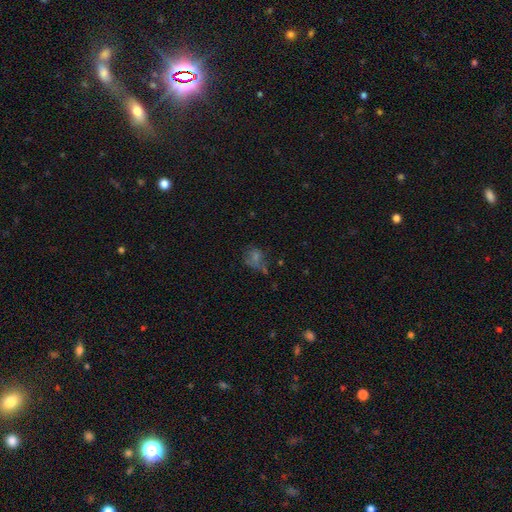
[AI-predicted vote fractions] Smooth or featured? smooth (42%)
Merging? none (47%)